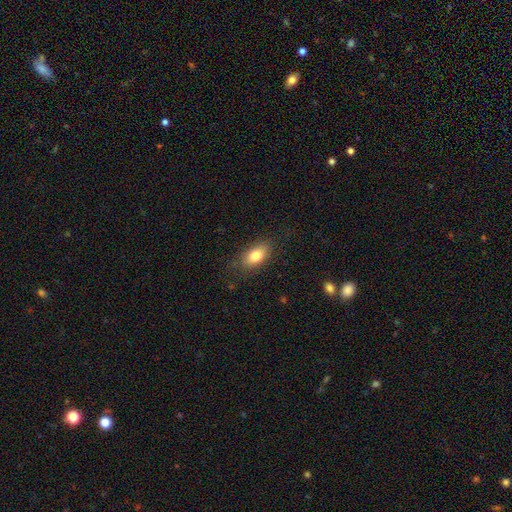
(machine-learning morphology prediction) The model was most divided on "merging": none: 81%, minor disturbance: 14%, major disturbance: 4%, merger: 1%. More confident: how rounded — in between (88%); smooth or featured — smooth (81%).